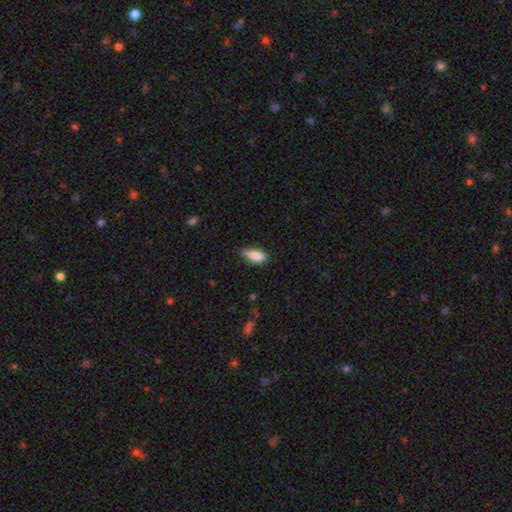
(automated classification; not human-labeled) A smooth galaxy with no disk features (86%) that is in between round and cigar-shaped (77%).

Vote fractions:
- Smooth or featured? smooth: 86% / star or artifact: 7% / featured or disk: 7%
- How rounded? in between: 77% / cigar-shaped: 20% / round: 2%
- Merging? none: 67% / minor disturbance: 27% / major disturbance: 4% / merger: 2%